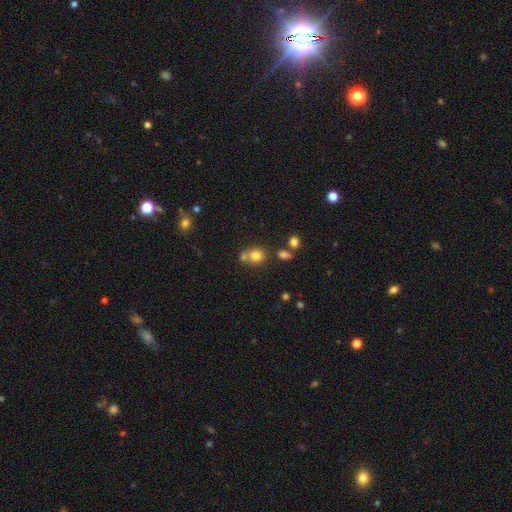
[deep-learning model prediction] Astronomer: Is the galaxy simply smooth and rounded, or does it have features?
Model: smooth — 76%.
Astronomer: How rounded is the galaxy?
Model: round — 76%.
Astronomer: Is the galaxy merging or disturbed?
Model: none — 51% (runner-up: merger, 34%).